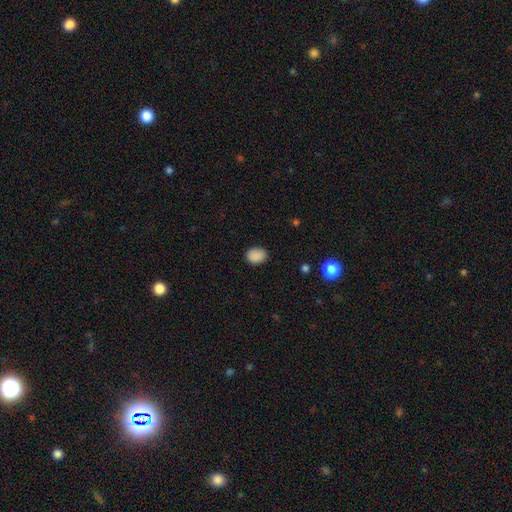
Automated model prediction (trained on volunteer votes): This is clearly a smooth galaxy (89%). How rounded: likely in between (69%). Merging: clearly none (87%).